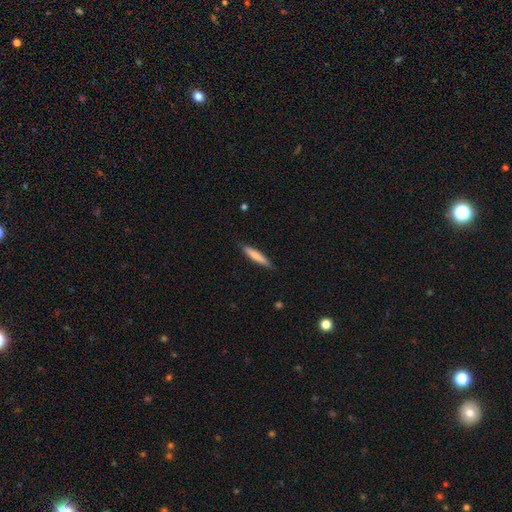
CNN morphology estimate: type=smooth (73%); roundness=cigar-shaped (90%); merging=none (86%).